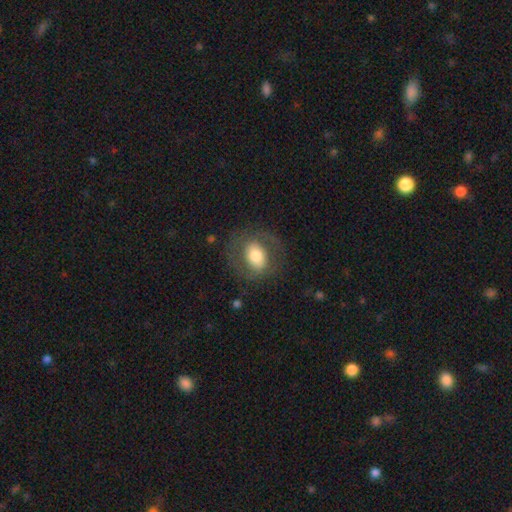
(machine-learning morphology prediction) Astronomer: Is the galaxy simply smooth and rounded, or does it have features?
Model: smooth — 51% (runner-up: featured or disk, 42%).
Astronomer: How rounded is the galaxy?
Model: in between — 56% (runner-up: round, 42%).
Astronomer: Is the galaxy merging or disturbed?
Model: none — 73%.